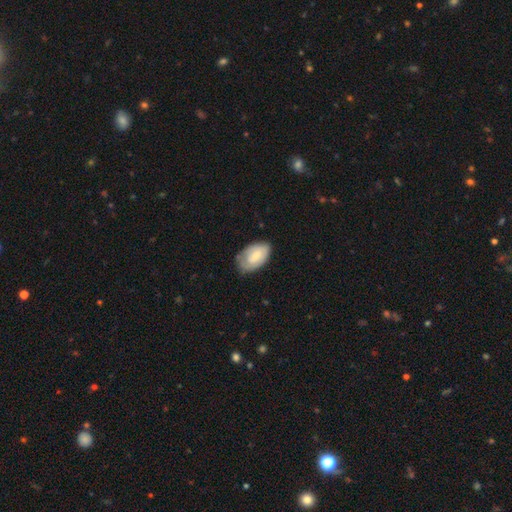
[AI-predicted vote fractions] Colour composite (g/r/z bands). It shows a smooth galaxy with no disk features (70%) that is in between round and cigar-shaped (93%). Merging: none (67%).